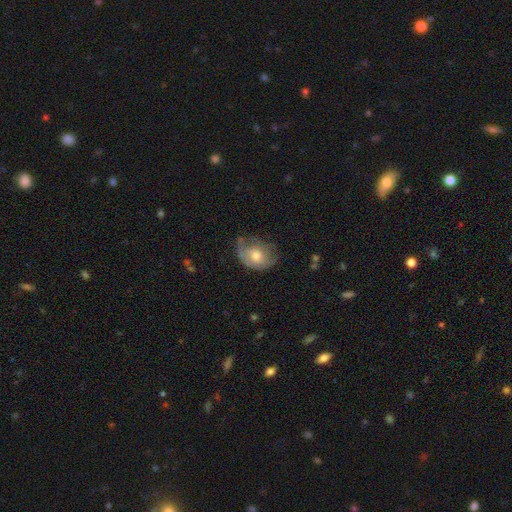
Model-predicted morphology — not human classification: Smooth or featured? Predicted: smooth (p=0.48). Merging? Predicted: none (p=0.47).